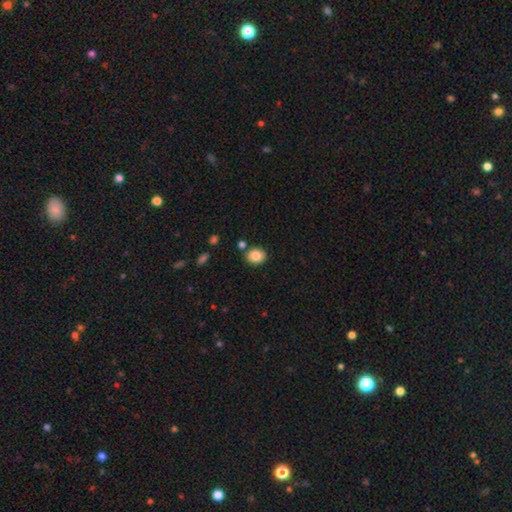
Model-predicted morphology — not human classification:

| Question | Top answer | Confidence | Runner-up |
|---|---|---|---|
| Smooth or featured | smooth | 85% | star or artifact (9%) |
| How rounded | round | 67% | in between (32%) |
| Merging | none | 83% | minor disturbance (9%) |